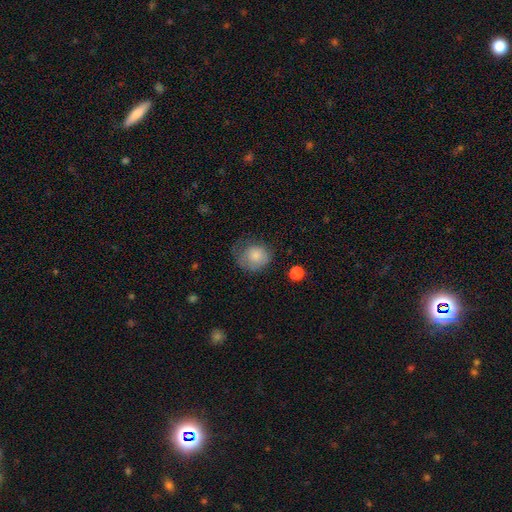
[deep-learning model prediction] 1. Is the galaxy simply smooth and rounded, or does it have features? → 78% smooth, 14% featured or disk, 8% star or artifact.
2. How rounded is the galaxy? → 75% round, 25% in between, 1% cigar-shaped.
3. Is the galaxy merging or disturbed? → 45% none, 31% minor disturbance, 22% major disturbance, 2% merger.